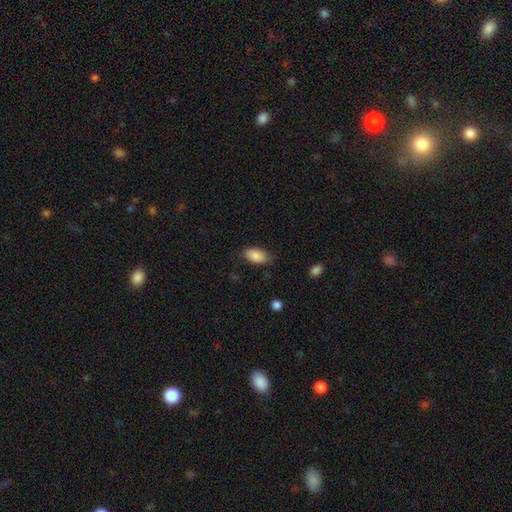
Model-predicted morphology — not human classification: smooth 86%, featured or disk 7%, star or artifact 7%. Down the decision tree: how rounded — in between (93%); merging — none (78%).